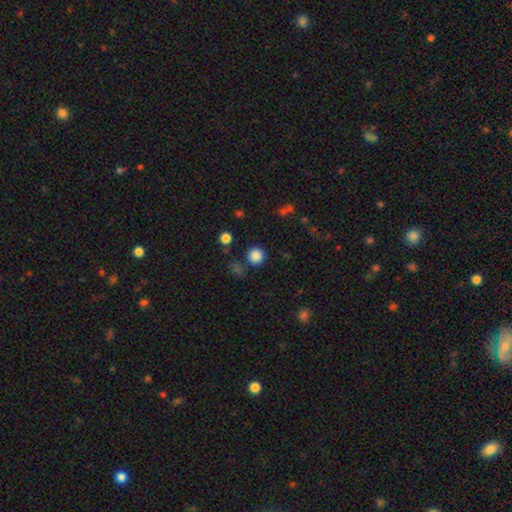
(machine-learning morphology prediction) Smooth or featured?
  - smooth: 84% *
  - star or artifact: 12%
  - featured or disk: 4%
How rounded?
  - round: 94% *
  - in between: 5%
  - cigar-shaped: 1%
Merging?
  - none: 86% *
  - minor disturbance: 7%
  - merger: 4%
  - major disturbance: 3%